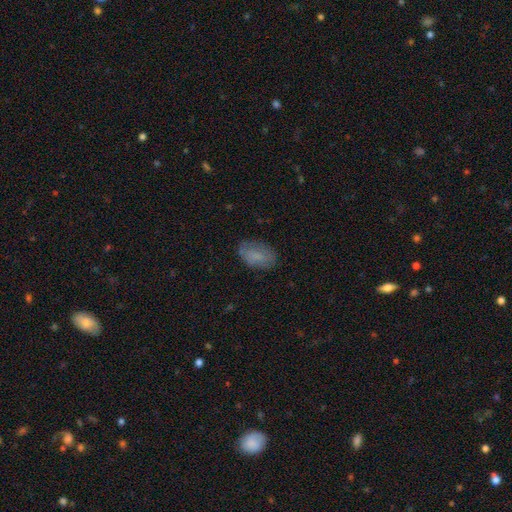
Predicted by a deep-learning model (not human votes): smooth-or-featured: smooth: 72% | featured or disk: 19% | star or artifact: 8%
  how-rounded: in between: 89% | round: 9% | cigar-shaped: 2%
  merging: none: 71% | minor disturbance: 21% | major disturbance: 7% | merger: 1%